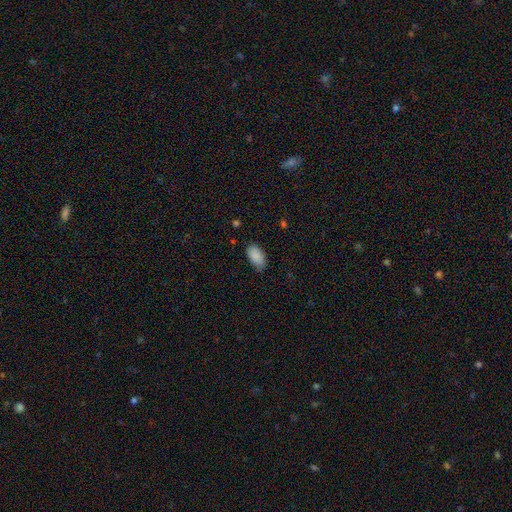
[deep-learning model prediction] smooth-or-featured: smooth: 89% | star or artifact: 7% | featured or disk: 4%
  how-rounded: in between: 94% | round: 4% | cigar-shaped: 2%
  merging: none: 73% | minor disturbance: 22% | major disturbance: 4% | merger: 1%